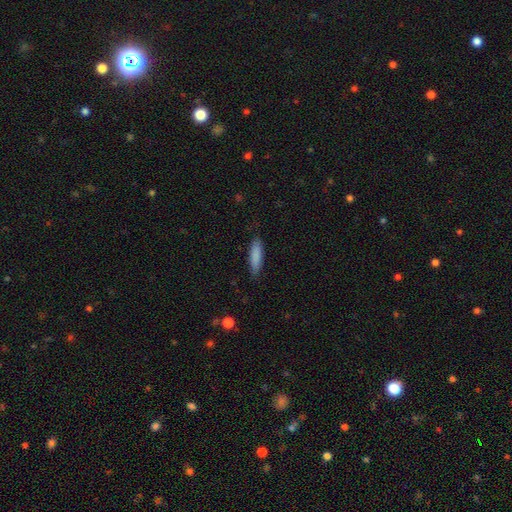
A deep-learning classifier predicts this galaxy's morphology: The model was most divided on "how rounded": cigar-shaped: 66%, in between: 33%, round: 1%. More confident: smooth or featured — smooth (86%); merging — none (85%).